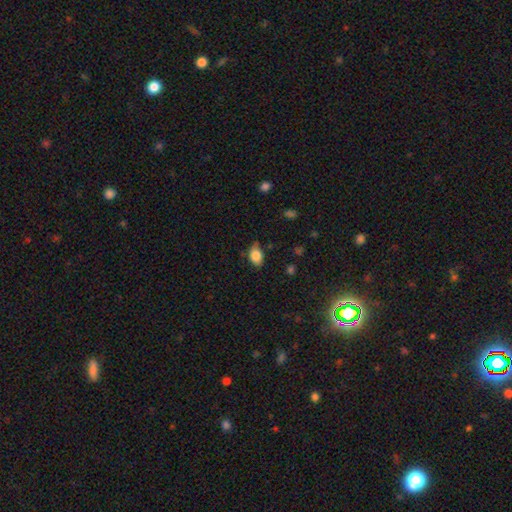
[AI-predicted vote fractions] This appears to be a smooth galaxy with no disk features (82%) that is in between round and cigar-shaped (78%). Merging: none (69%).